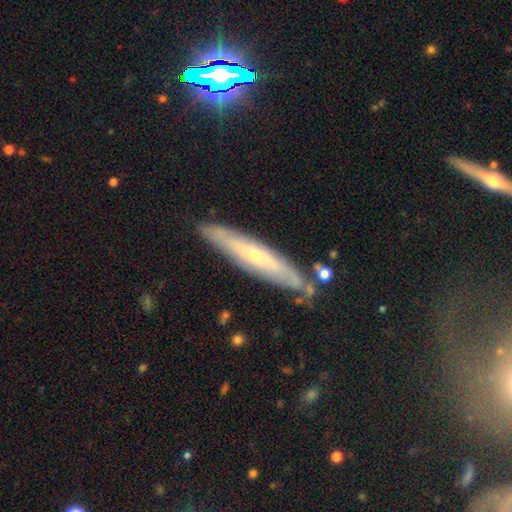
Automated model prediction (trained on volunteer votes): The model was most divided on "smooth or featured": featured or disk: 60%, smooth: 32%, star or artifact: 8%. More confident: merging — none (82%); edge-on disk — yes (69%).